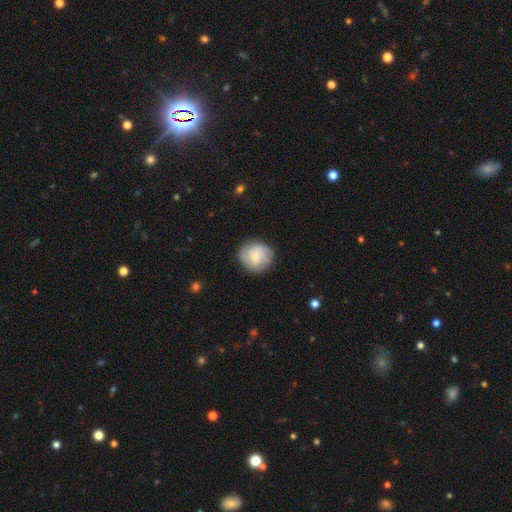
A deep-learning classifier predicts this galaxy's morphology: Q: Smooth or featured?
A: featured or disk (64%); runner-up: smooth (29%)
Q: Edge-on disk?
A: no (98%); runner-up: yes (2%)
Q: Bar?
A: no (66%); runner-up: weak (30%)
Q: Spiral arms?
A: yes (94%); runner-up: no (6%)
Q: Spiral winding?
A: tight (59%); runner-up: medium (33%)
Q: Spiral arm count?
A: 3 (37%); runner-up: can't tell (23%)
Q: Bulge size?
A: small (60%); runner-up: moderate (31%)
Q: Merging?
A: none (83%); runner-up: minor disturbance (12%)